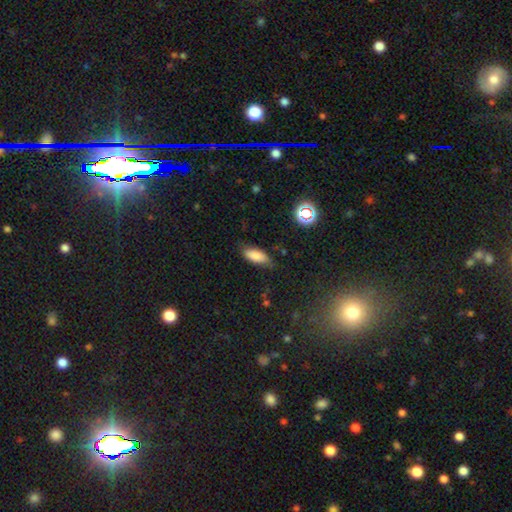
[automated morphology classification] smooth_or_featured: smooth (p=0.81) [alt: featured or disk p=0.10]
how_rounded: in between (p=0.84) [alt: cigar-shaped p=0.14]
merging: none (p=0.71) [alt: minor disturbance p=0.22]